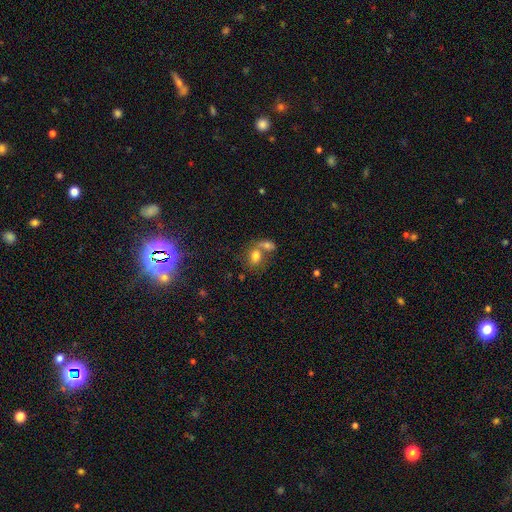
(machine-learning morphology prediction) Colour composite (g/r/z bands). It shows a smooth galaxy with no disk features (73%) that is in between round and cigar-shaped (60%). Merging: merger (58%).